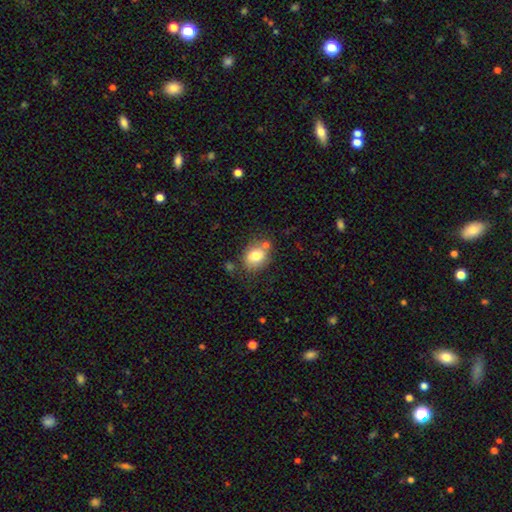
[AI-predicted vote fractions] Morphology: type=smooth (77%); roundness=round (50%); merging=none (65%).